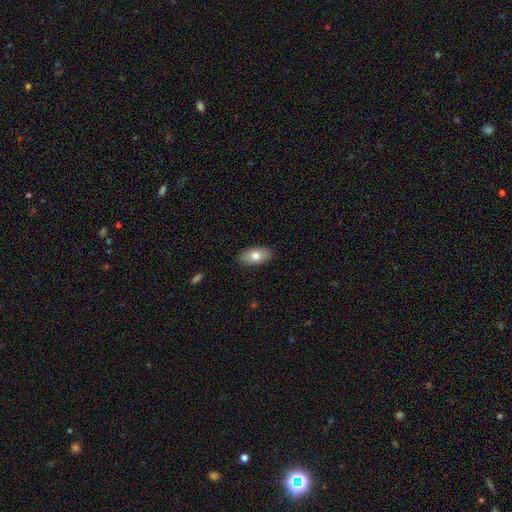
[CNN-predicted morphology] Smooth or featured?
  - smooth: 75% *
  - featured or disk: 18%
  - star or artifact: 7%
How rounded?
  - in between: 93% *
  - round: 4%
  - cigar-shaped: 3%
Merging?
  - none: 89% *
  - minor disturbance: 8%
  - major disturbance: 2%
  - merger: 1%